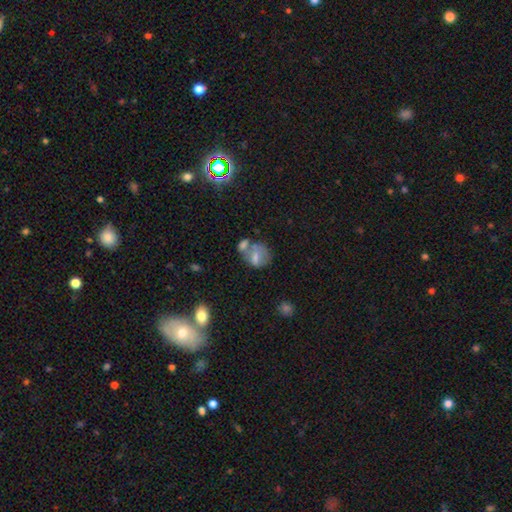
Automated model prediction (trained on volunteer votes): Q: Smooth or featured?
A: smooth (60%); runner-up: featured or disk (30%)
Q: How rounded?
A: round (50%); runner-up: in between (48%)
Q: Merging?
A: merger (40%); runner-up: none (29%)